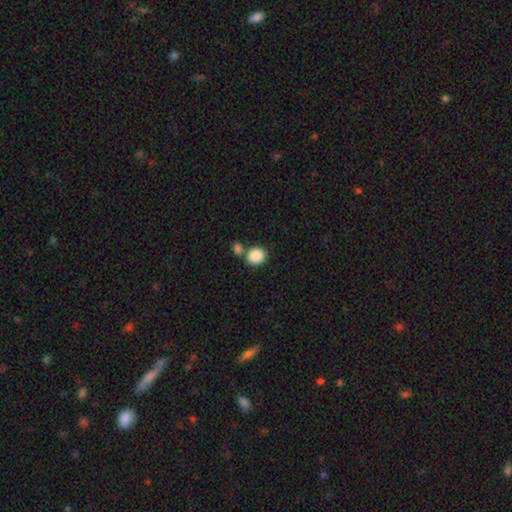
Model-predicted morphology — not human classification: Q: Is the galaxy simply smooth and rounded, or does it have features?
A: smooth — 88%.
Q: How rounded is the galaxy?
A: round — 75%.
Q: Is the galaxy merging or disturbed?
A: none — 60%.